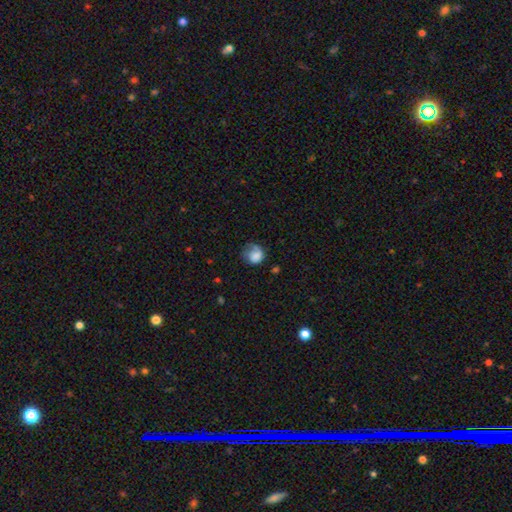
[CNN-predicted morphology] type=smooth (76%); roundness=round (74%); merging=none (39%).